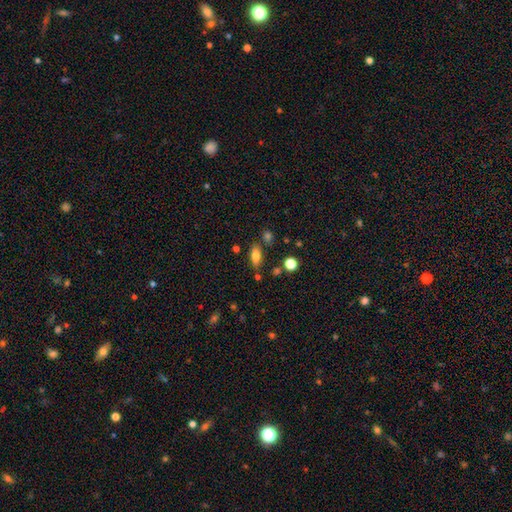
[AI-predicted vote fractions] This appears to be a smooth galaxy with no disk features (76%) that is in between round and cigar-shaped (81%). Merging: none (77%).